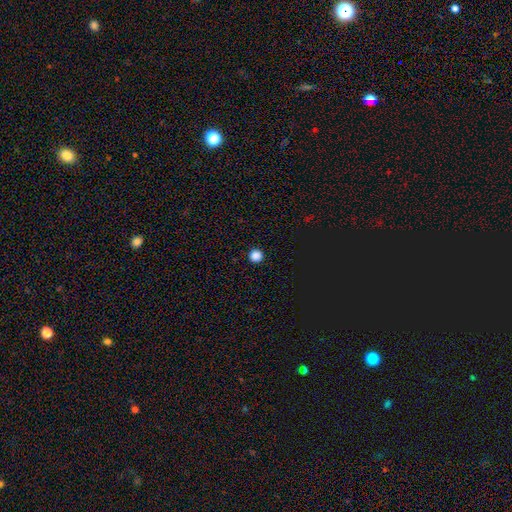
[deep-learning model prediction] The model was most divided on "smooth or featured": smooth: 85%, star or artifact: 12%, featured or disk: 2%. More confident: how rounded — round (97%); merging — none (94%).